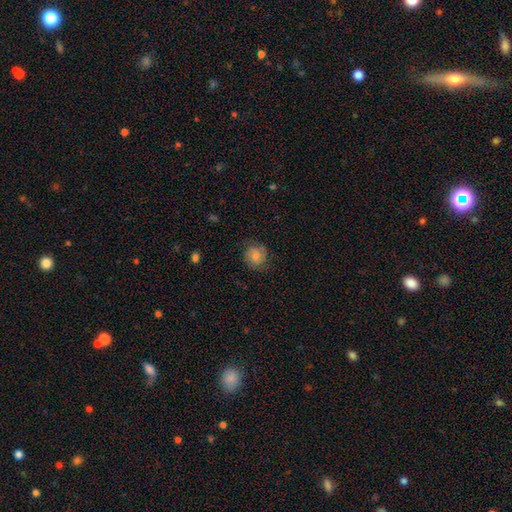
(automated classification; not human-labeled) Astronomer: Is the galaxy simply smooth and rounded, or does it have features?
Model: smooth — 63%.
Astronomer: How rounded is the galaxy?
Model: round — 86%.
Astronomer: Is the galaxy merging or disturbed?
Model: none — 76%.